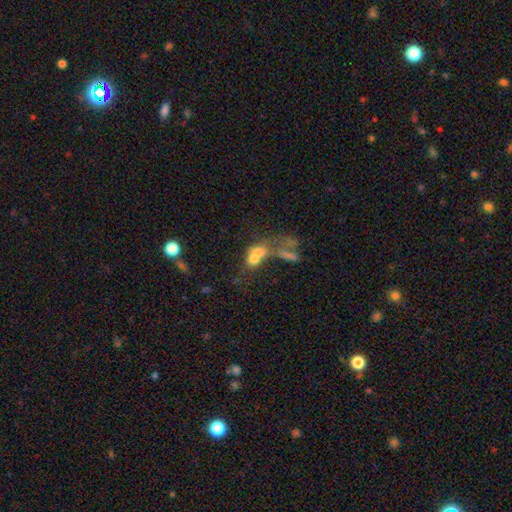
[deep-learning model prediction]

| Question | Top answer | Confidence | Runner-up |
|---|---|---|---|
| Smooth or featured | smooth | 60% | featured or disk (27%) |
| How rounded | in between | 59% | round (36%) |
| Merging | merger | 67% | none (15%) |